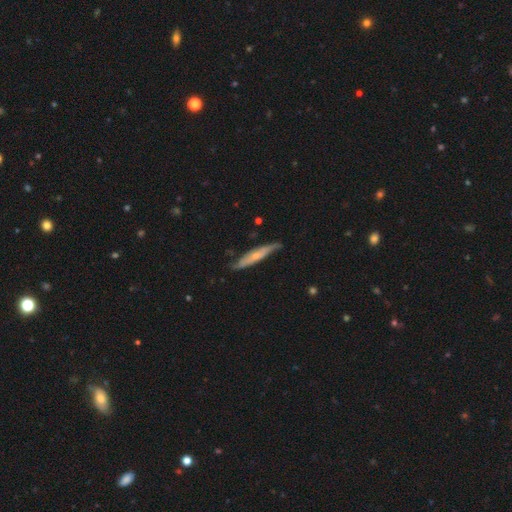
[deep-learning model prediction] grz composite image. It shows a featured or disk galaxy (58%) viewed edge-on (73%). Merging: none (74%).